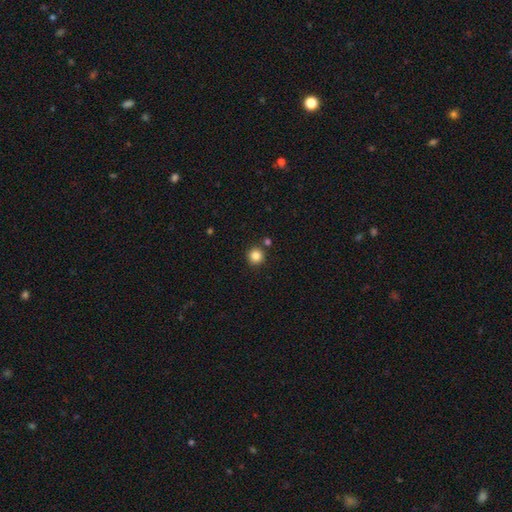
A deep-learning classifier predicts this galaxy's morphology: type=smooth (85%); roundness=round (94%); merging=none (86%).